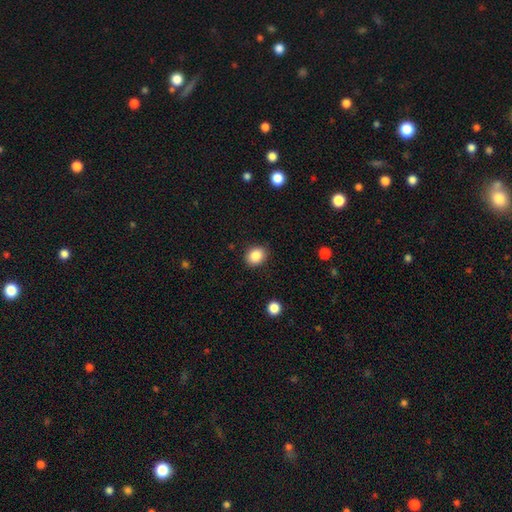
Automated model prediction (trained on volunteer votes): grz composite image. It shows a smooth galaxy with no disk features (87%) that is round (52%). Merging: none (87%).